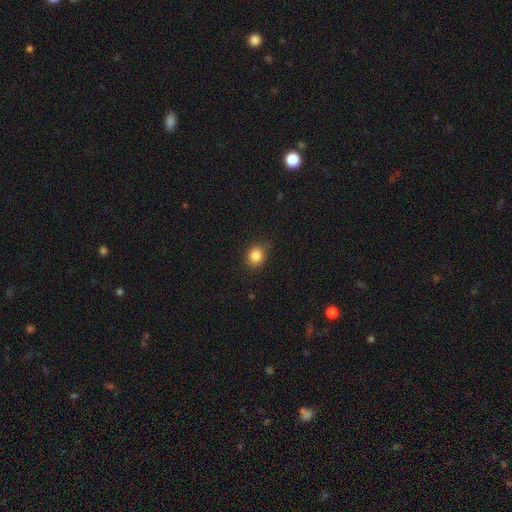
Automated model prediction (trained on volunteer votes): smooth 85%, star or artifact 11%, featured or disk 5%. Down the decision tree: how rounded — round (68%); merging — none (82%).